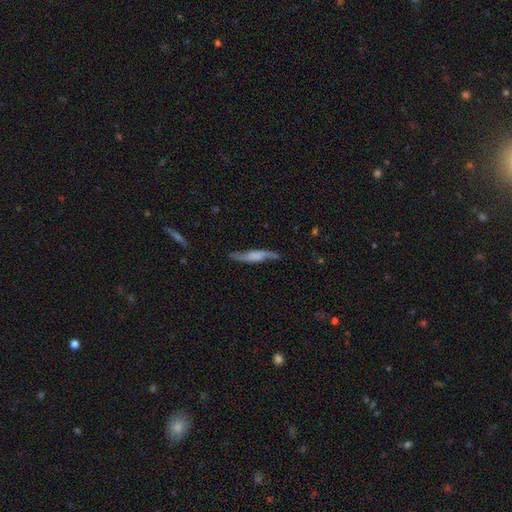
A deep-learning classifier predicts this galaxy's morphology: smooth_or_featured: featured or disk (p=0.62) [alt: smooth p=0.32]
disk_edge_on: yes (p=0.51) [alt: no p=0.49]
merging: none (p=0.74) [alt: minor disturbance p=0.19]